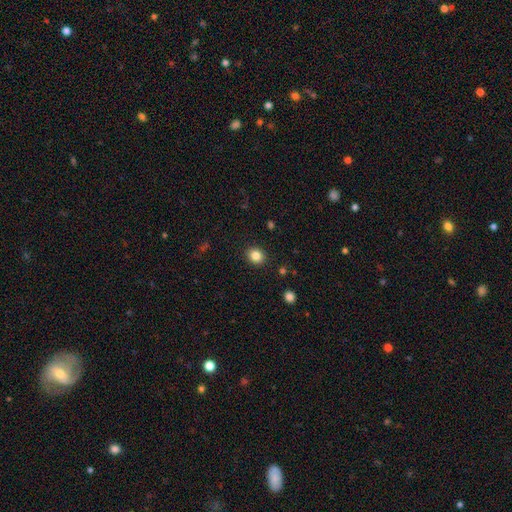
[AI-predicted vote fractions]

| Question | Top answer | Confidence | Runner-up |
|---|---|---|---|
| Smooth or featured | smooth | 84% | star or artifact (11%) |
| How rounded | round | 69% | in between (31%) |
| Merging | none | 91% | minor disturbance (6%) |